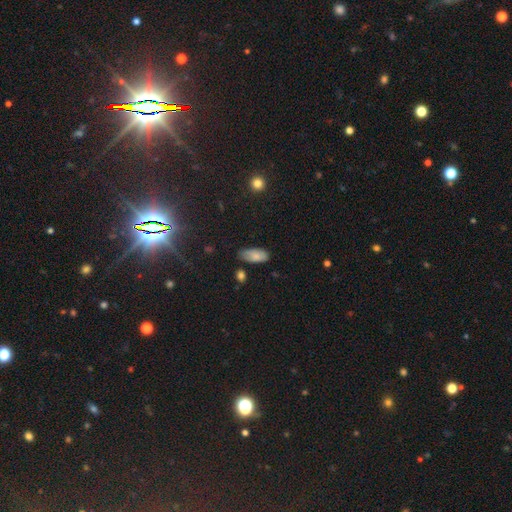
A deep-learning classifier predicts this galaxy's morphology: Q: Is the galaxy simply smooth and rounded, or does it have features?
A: smooth — 77%.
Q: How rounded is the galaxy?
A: in between — 90%.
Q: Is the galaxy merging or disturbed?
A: none — 63%.